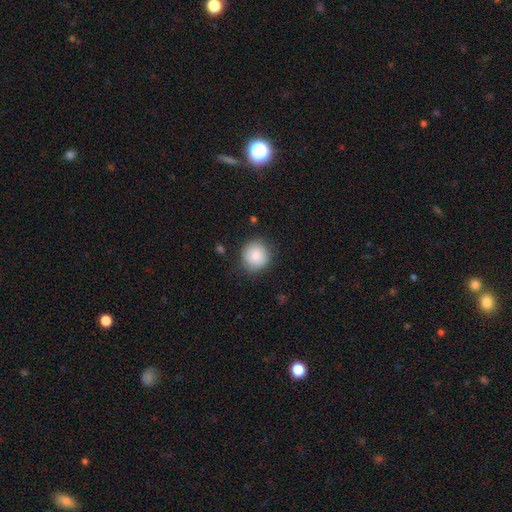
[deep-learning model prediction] Morphology: type=smooth (83%); roundness=round (92%); merging=none (85%).